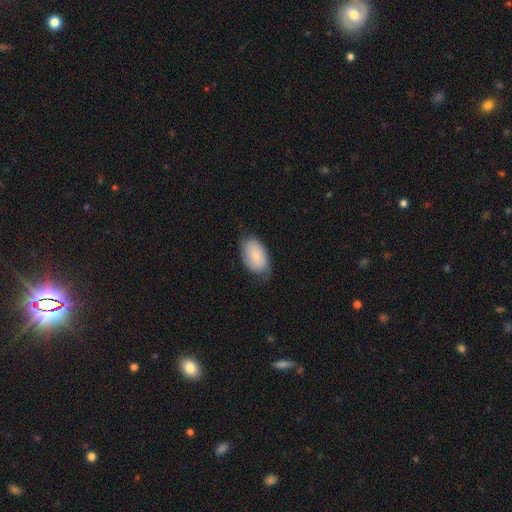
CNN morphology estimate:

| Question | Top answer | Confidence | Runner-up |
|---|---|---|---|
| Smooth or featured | smooth | 74% | featured or disk (20%) |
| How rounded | in between | 93% | round (6%) |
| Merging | none | 69% | minor disturbance (25%) |